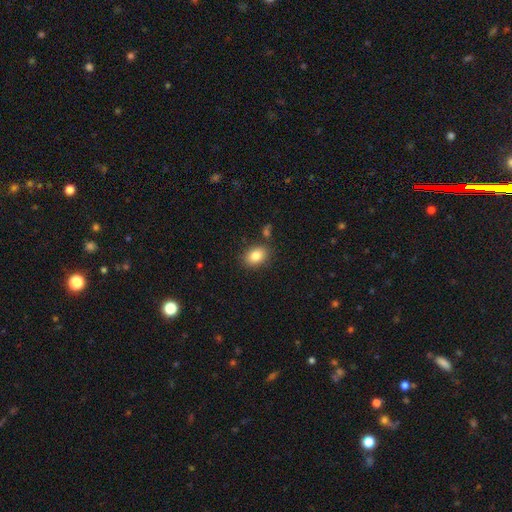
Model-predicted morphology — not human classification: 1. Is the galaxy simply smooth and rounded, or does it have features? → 84% smooth, 9% star or artifact, 8% featured or disk.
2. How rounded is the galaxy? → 71% in between, 27% round, 1% cigar-shaped.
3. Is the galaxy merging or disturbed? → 83% none, 10% minor disturbance, 4% merger, 3% major disturbance.